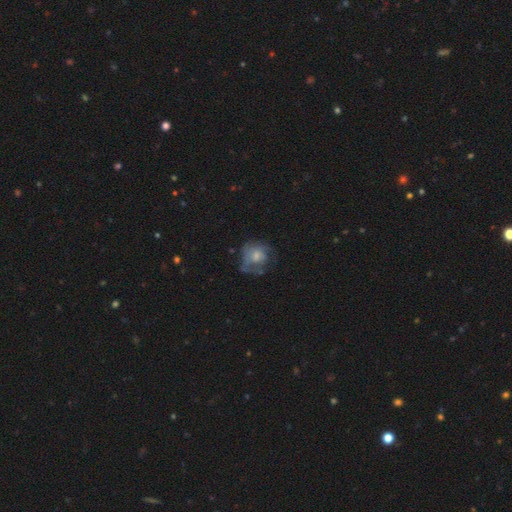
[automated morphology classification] Q: Smooth or featured?
A: featured or disk (48%); runner-up: smooth (43%)
Q: Merging?
A: none (46%); runner-up: major disturbance (26%)